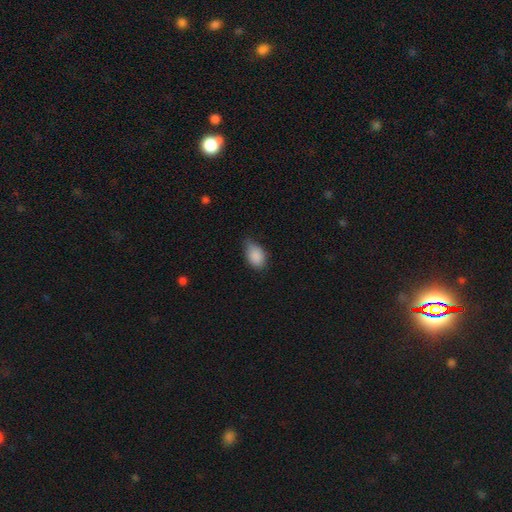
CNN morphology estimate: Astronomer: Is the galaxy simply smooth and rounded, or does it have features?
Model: smooth — 88%.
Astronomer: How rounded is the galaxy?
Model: in between — 86%.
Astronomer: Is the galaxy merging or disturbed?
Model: none — 57% (runner-up: minor disturbance, 36%).